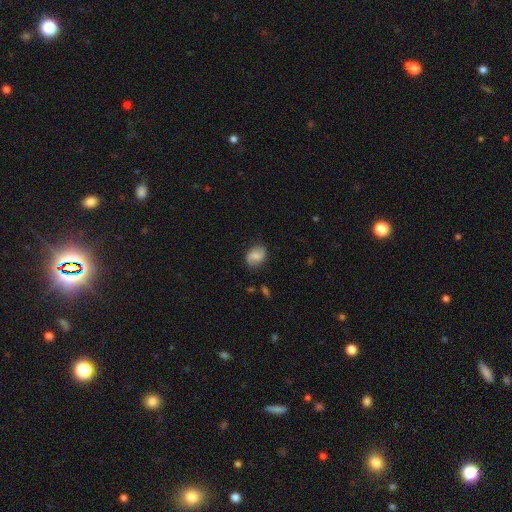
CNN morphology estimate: Smooth or featured?
  - featured or disk: 47% *
  - smooth: 44%
  - star or artifact: 9%
Merging?
  - none: 79% *
  - minor disturbance: 16%
  - major disturbance: 4%
  - merger: 2%